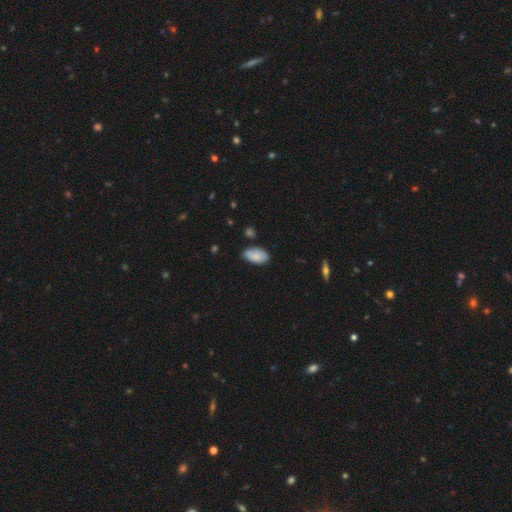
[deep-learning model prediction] Smooth or featured: smooth — 82% (featured or disk — 11%)
How rounded: in between — 95% (round — 3%)
Merging: none — 73% (minor disturbance — 20%)